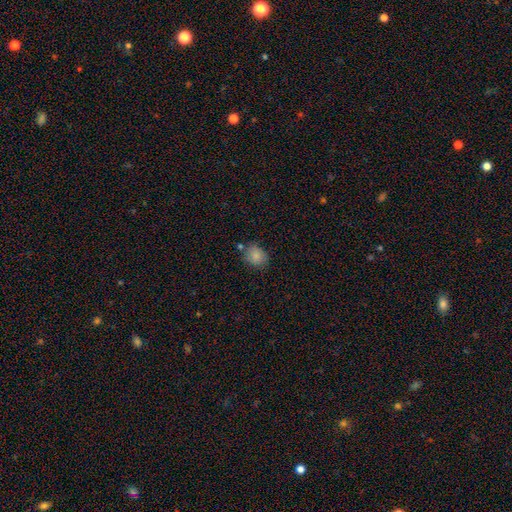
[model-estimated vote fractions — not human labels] Q: Smooth or featured?
A: smooth (83%); runner-up: star or artifact (10%)
Q: How rounded?
A: round (58%); runner-up: in between (41%)
Q: Merging?
A: none (73%); runner-up: minor disturbance (16%)